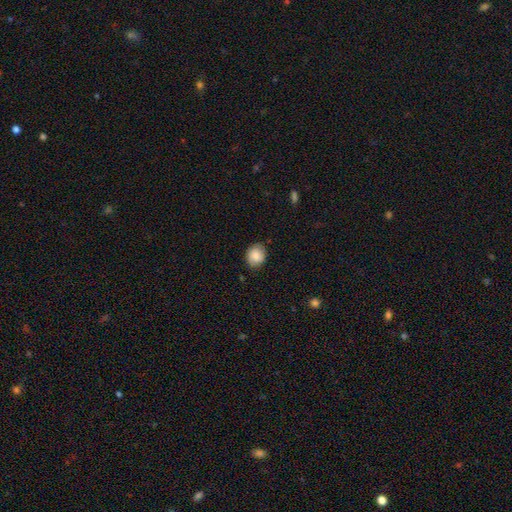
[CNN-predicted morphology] Smooth or featured?
  - smooth: 82% *
  - featured or disk: 10%
  - star or artifact: 8%
How rounded?
  - round: 59% *
  - in between: 41%
  - cigar-shaped: 1%
Merging?
  - none: 80% *
  - minor disturbance: 16%
  - major disturbance: 3%
  - merger: 1%